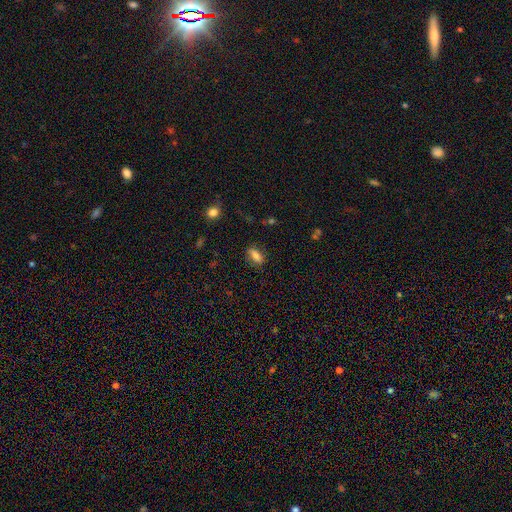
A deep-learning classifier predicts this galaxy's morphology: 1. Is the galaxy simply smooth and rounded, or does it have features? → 79% smooth, 12% featured or disk, 10% star or artifact.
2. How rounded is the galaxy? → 75% in between, 20% cigar-shaped, 5% round.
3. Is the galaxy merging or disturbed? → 82% none, 13% minor disturbance, 4% major disturbance, 2% merger.